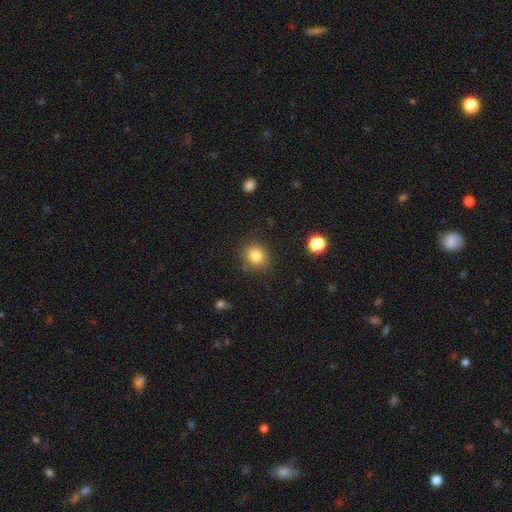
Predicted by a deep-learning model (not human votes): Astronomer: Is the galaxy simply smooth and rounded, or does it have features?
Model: smooth — 83%.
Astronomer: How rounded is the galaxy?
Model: round — 81%.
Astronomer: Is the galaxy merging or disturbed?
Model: none — 87%.